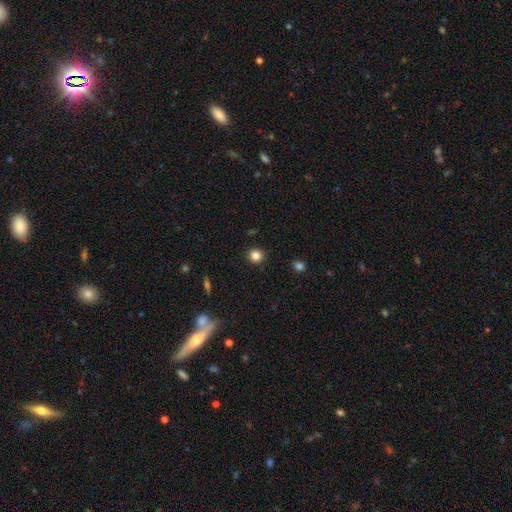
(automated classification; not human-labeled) This appears to be a smooth galaxy with no disk features (83%) that is round (91%). Merging: none (91%).